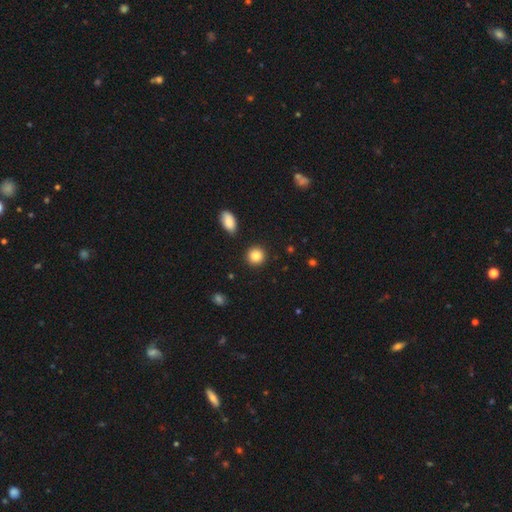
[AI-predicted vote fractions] This is clearly a smooth galaxy (86%). How rounded: clearly round (90%). Merging: clearly none (90%).